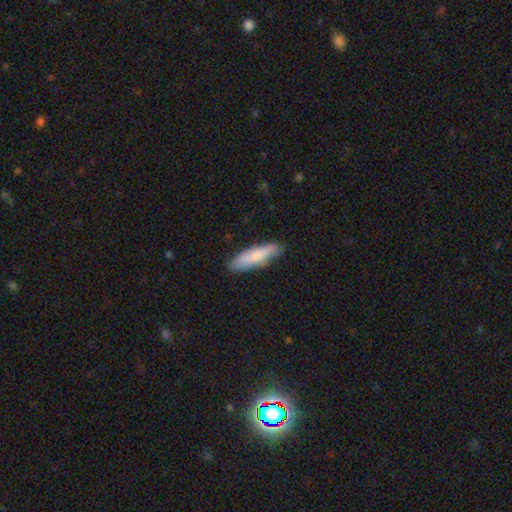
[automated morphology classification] Smooth or featured? smooth (76%)
How rounded? cigar-shaped (64%)
Merging? none (81%)